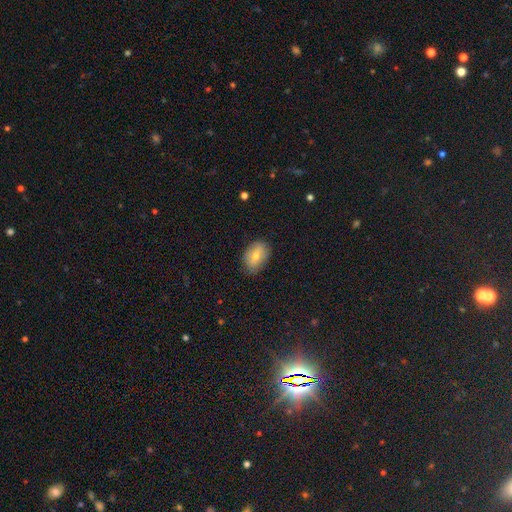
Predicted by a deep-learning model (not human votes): This is likely a smooth galaxy (63%). How rounded: clearly in between (84%). Merging: clearly none (81%).